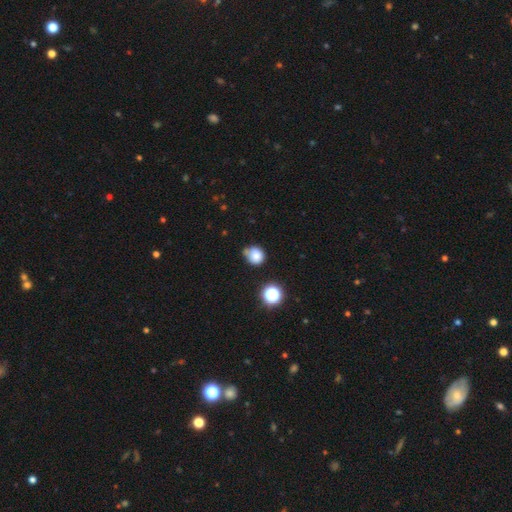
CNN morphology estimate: This appears to be a smooth galaxy with no disk features (80%) that is round (75%). Merging: none (51%).